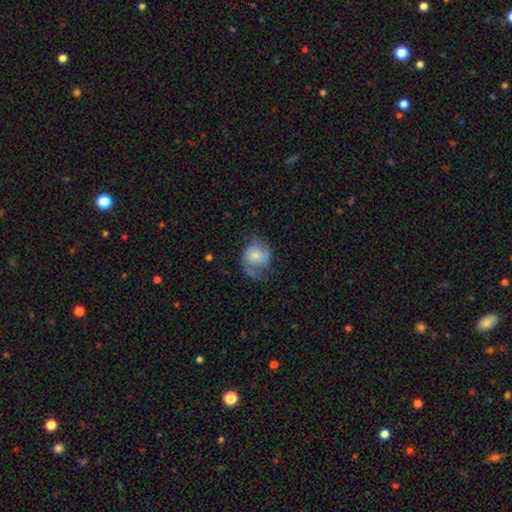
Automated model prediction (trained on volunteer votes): Smooth or featured? featured or disk (58%)
Edge-on disk? no (97%)
Bar? no (70%)
Spiral arms? yes (87%)
Bulge size? moderate (40%)
Merging? none (50%)